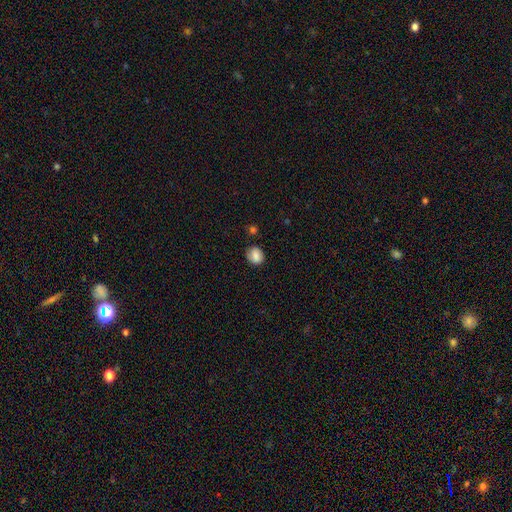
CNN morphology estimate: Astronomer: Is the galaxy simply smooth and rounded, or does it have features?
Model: smooth — 80%.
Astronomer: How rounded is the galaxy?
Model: round — 65%.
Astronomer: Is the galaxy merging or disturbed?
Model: none — 78%.